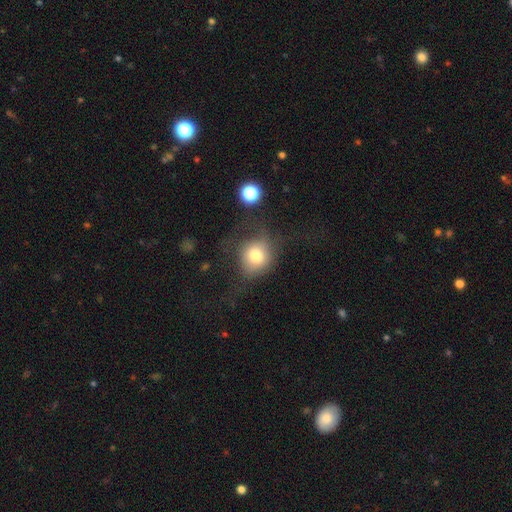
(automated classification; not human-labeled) This appears to be a smooth galaxy with no disk features (74%) that is round (78%). Merging: none (52%).